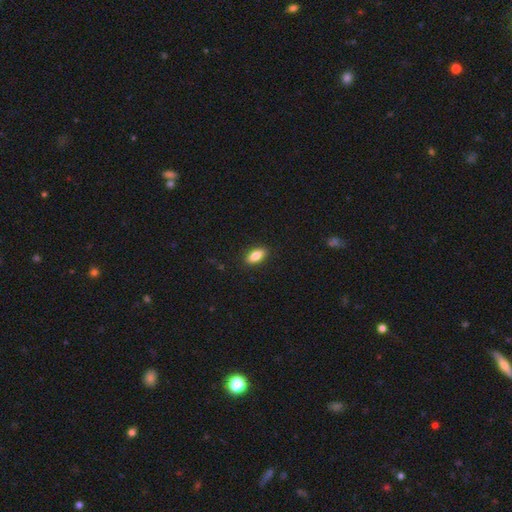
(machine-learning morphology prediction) Q: Smooth or featured?
A: smooth (85%); runner-up: featured or disk (8%)
Q: How rounded?
A: in between (86%); runner-up: cigar-shaped (11%)
Q: Merging?
A: none (89%); runner-up: minor disturbance (8%)